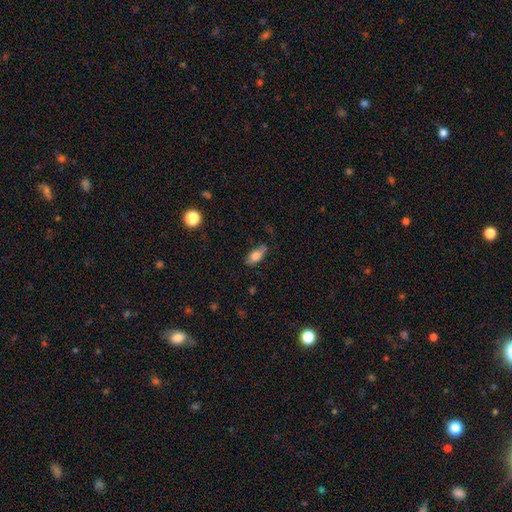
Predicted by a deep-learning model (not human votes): Smooth or featured?
  - smooth: 77% *
  - featured or disk: 14%
  - star or artifact: 9%
How rounded?
  - in between: 86% *
  - cigar-shaped: 10%
  - round: 5%
Merging?
  - none: 55% *
  - minor disturbance: 31%
  - major disturbance: 9%
  - merger: 5%